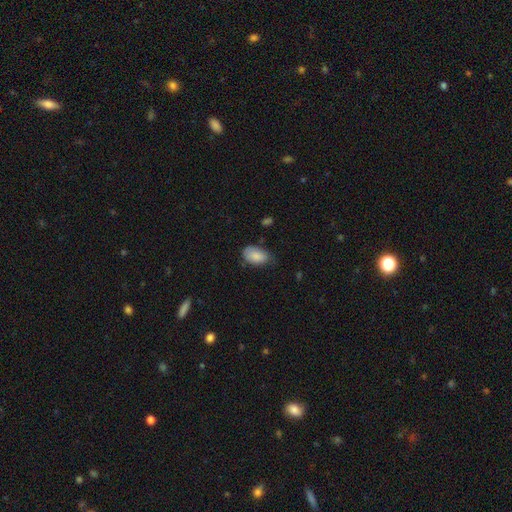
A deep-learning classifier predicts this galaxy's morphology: smooth_or_featured: smooth (p=0.85) [alt: featured or disk p=0.08]
how_rounded: in between (p=0.93) [alt: round p=0.06]
merging: none (p=0.58) [alt: minor disturbance p=0.33]